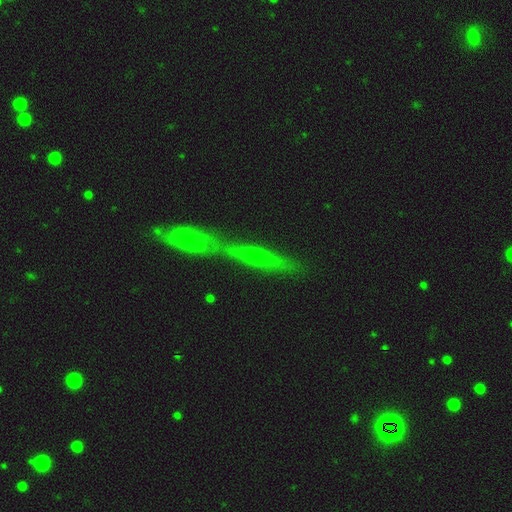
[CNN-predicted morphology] The model was most divided on "merging": none: 46%, merger: 40%, minor disturbance: 9%, major disturbance: 5%. More confident: edge-on disk — yes (84%); smooth or featured — featured or disk (55%).